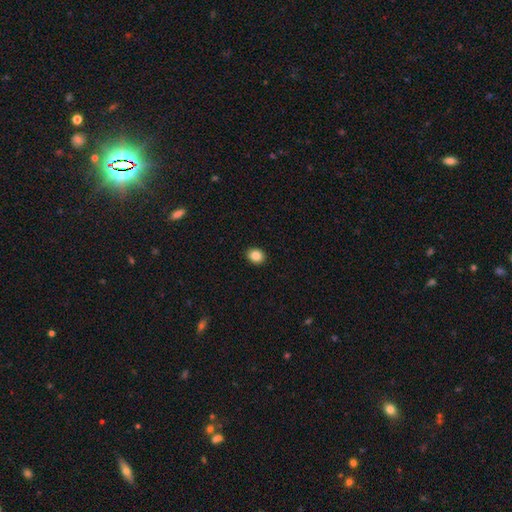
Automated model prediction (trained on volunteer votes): smooth-or-featured: smooth: 87% | star or artifact: 9% | featured or disk: 3%
  how-rounded: round: 57% | in between: 42% | cigar-shaped: 1%
  merging: none: 91% | minor disturbance: 6% | major disturbance: 2% | merger: 1%